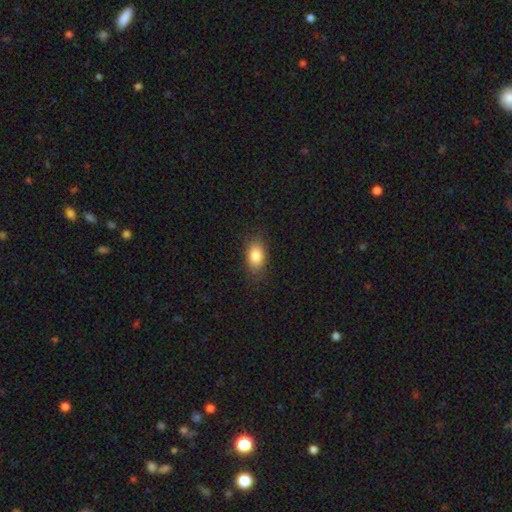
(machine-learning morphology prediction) smooth-or-featured: smooth: 84% | star or artifact: 8% | featured or disk: 7%
  how-rounded: in between: 86% | round: 12% | cigar-shaped: 3%
  merging: none: 82% | minor disturbance: 13% | major disturbance: 4% | merger: 1%